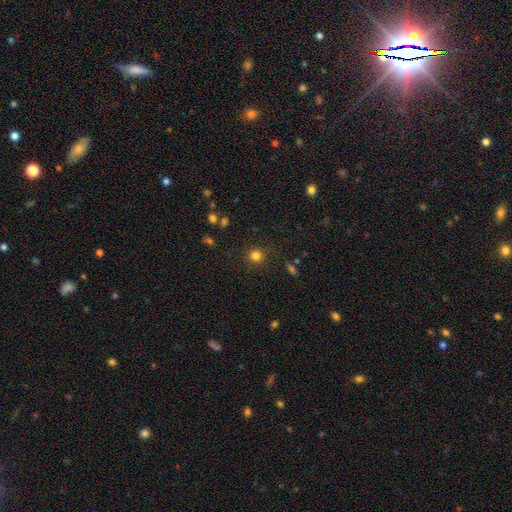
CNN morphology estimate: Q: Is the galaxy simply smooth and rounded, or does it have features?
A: smooth — 81%.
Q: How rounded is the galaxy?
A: round — 92%.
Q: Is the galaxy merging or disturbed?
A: none — 87%.